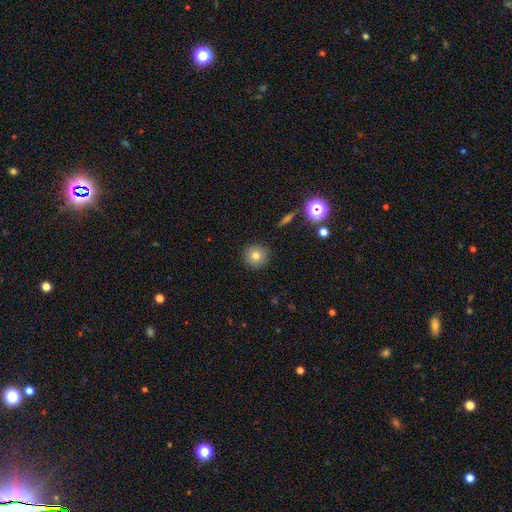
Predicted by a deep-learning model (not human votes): A smooth galaxy with no disk features (78%) that is round (95%). Merging: none (91%).